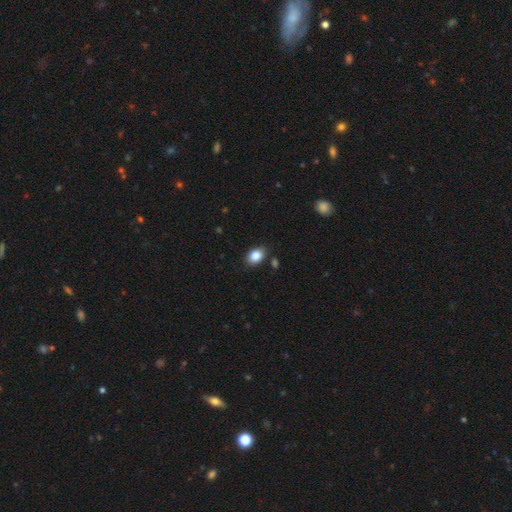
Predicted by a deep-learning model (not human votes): This is clearly a smooth galaxy (86%). How rounded: likely in between (76%). Merging: clearly none (81%).